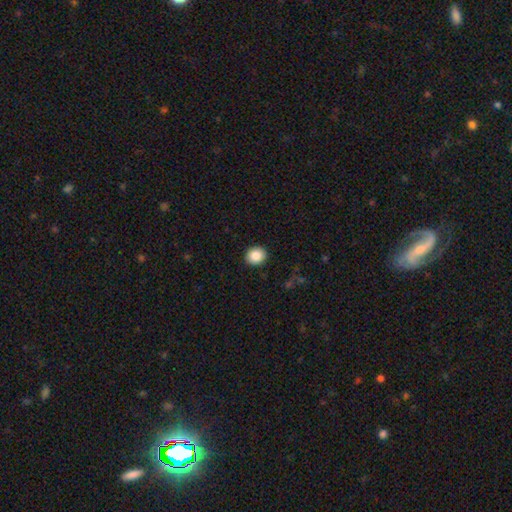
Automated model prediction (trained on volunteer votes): smooth 87%, star or artifact 8%, featured or disk 5%. Down the decision tree: how rounded — round (77%); merging — none (91%).